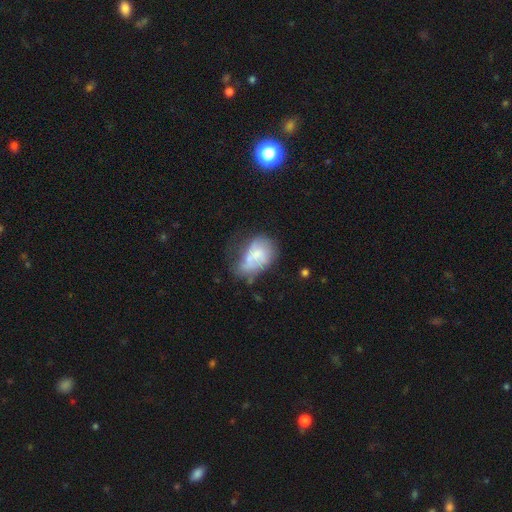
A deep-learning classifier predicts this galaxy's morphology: This is possibly a smooth galaxy (51%). How rounded: likely in between (80%). Merging: marginally minor disturbance (30%).